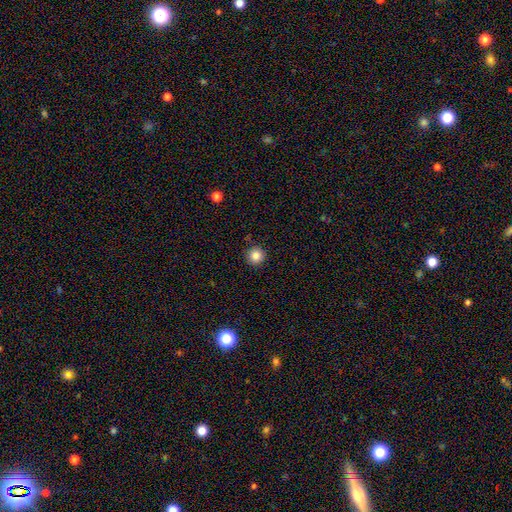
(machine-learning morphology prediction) smooth_or_featured: smooth (p=0.85) [alt: star or artifact p=0.11]
how_rounded: round (p=0.96) [alt: in between p=0.03]
merging: none (p=0.90) [alt: minor disturbance p=0.07]